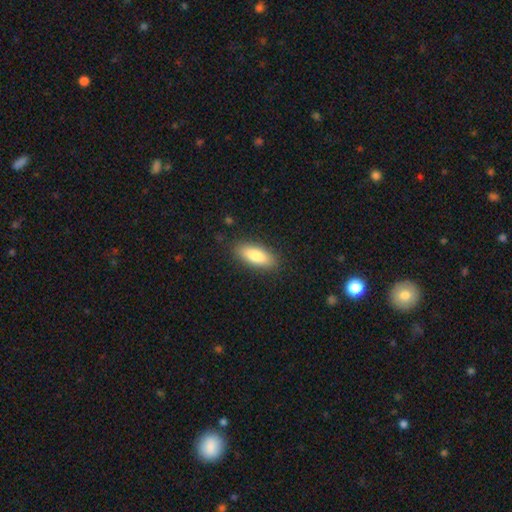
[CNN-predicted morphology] Smooth or featured: smooth — 81% (featured or disk — 13%)
How rounded: in between — 77% (cigar-shaped — 21%)
Merging: none — 86% (minor disturbance — 10%)